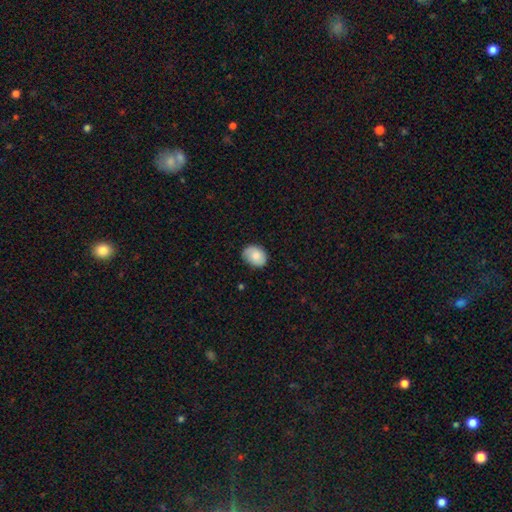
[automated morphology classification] Smooth or featured? smooth (80%)
How rounded? in between (60%)
Merging? none (77%)